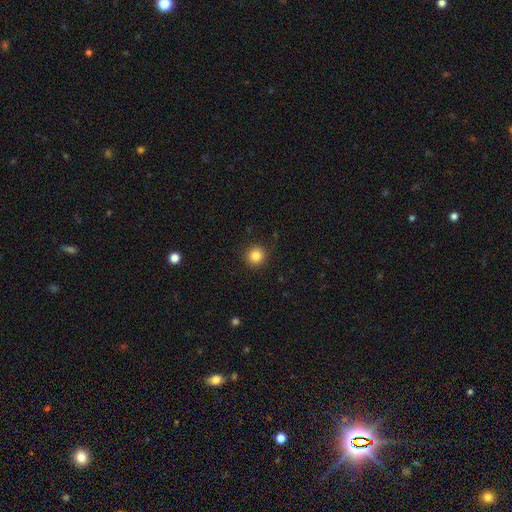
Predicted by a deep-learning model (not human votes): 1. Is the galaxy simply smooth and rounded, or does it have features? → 84% smooth, 11% star or artifact, 5% featured or disk.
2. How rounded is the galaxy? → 94% round, 5% in between, 1% cigar-shaped.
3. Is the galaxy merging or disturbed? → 91% none, 6% minor disturbance, 2% major disturbance, 1% merger.